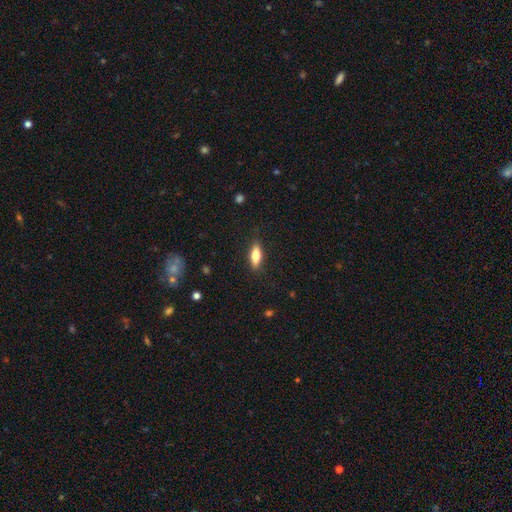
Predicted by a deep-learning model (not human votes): Smooth or featured?
  - smooth: 71% *
  - featured or disk: 23%
  - star or artifact: 7%
How rounded?
  - in between: 63% *
  - cigar-shaped: 35%
  - round: 3%
Merging?
  - none: 86% *
  - minor disturbance: 10%
  - major disturbance: 2%
  - merger: 1%